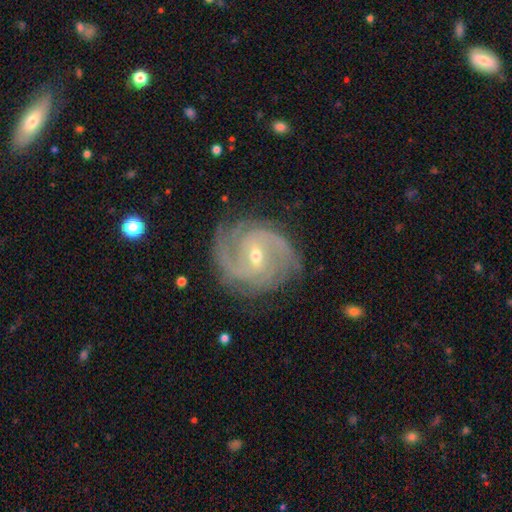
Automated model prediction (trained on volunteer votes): featured or disk 90%, smooth 5%, star or artifact 5%. Down the decision tree: edge-on disk — no (97%); bar — weak (55%); spiral arms — yes (98%); spiral arm count — 2 (30%); spiral winding — tight (60%); bulge size — small (57%); merging — none (79%).